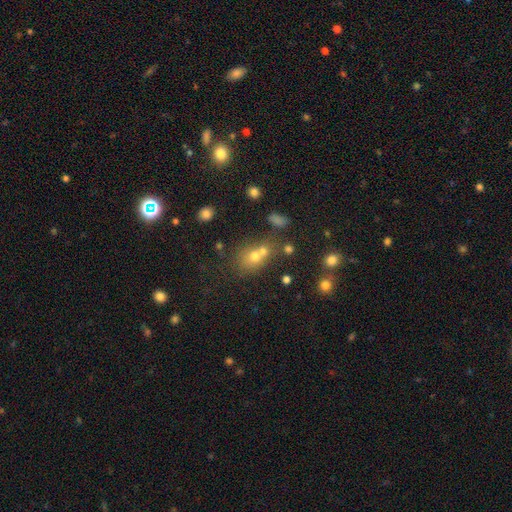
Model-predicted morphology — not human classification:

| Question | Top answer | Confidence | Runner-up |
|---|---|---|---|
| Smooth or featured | smooth | 62% | star or artifact (21%) |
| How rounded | round | 61% | in between (37%) |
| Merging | merger | 42% | tied: none (42%) |